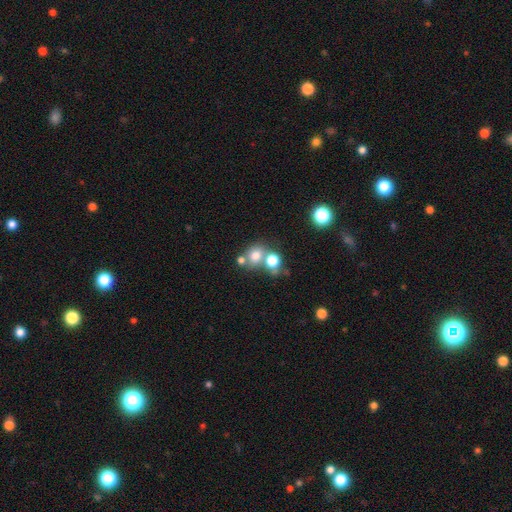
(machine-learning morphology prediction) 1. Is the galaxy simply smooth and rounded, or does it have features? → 72% smooth, 15% star or artifact, 13% featured or disk.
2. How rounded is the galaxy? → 73% round, 26% in between, 1% cigar-shaped.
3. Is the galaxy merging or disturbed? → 47% none, 39% merger, 9% minor disturbance, 5% major disturbance.